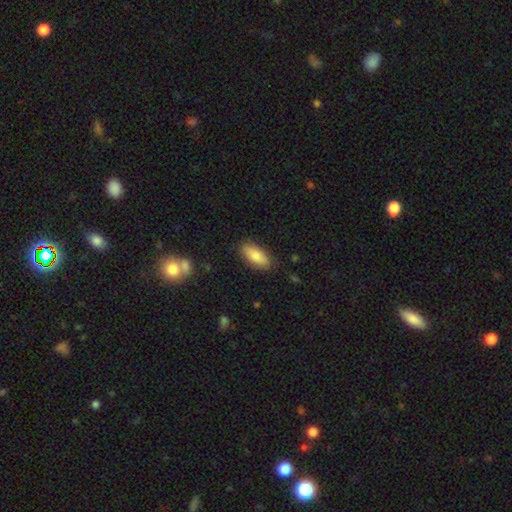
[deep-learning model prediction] Smooth or featured?
  - smooth: 81% *
  - featured or disk: 12%
  - star or artifact: 7%
How rounded?
  - in between: 81% *
  - cigar-shaped: 17%
  - round: 2%
Merging?
  - none: 85% *
  - minor disturbance: 11%
  - major disturbance: 2%
  - merger: 2%